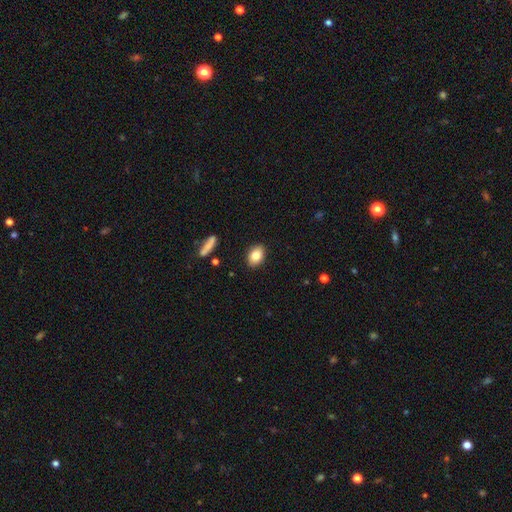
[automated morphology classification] smooth 81%, featured or disk 11%, star or artifact 8%. Down the decision tree: how rounded — in between (83%); merging — none (89%).